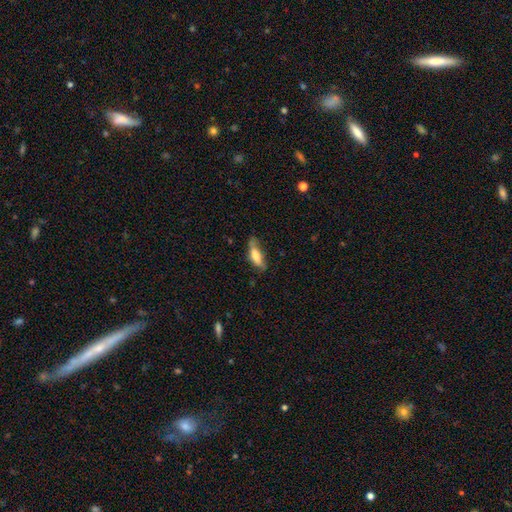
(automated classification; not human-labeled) The model was most divided on "how rounded": in between: 57%, cigar-shaped: 41%, round: 2%. More confident: smooth or featured — smooth (74%); merging — none (53%).